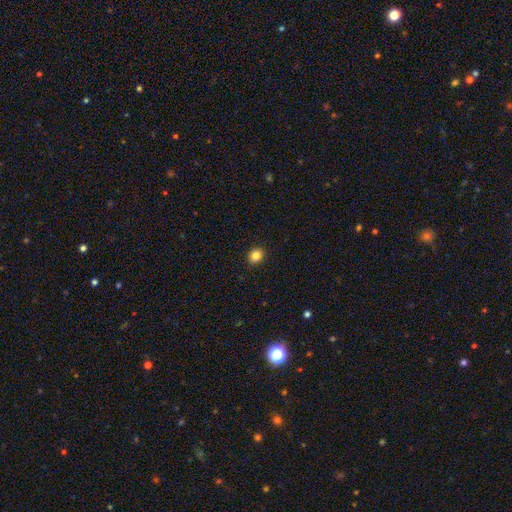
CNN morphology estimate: Overall: smooth (84%). How rounded: round (70%). Merging: none (92%).